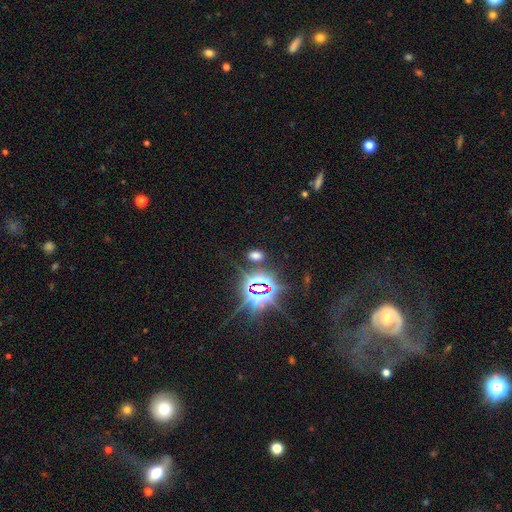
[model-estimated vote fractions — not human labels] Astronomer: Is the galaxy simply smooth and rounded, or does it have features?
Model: smooth — 46%, tied with star or artifact at 46%.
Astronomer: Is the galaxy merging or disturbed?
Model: none — 81%.